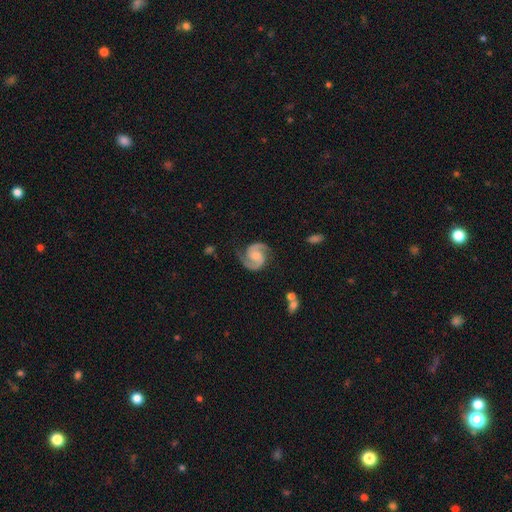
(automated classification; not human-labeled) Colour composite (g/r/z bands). It shows a featured or disk galaxy (93%) with no bar (56%), 2 (94%) medium (58%) spiral arms (99%) and a moderate central bulge (45%). Merging: none (82%).